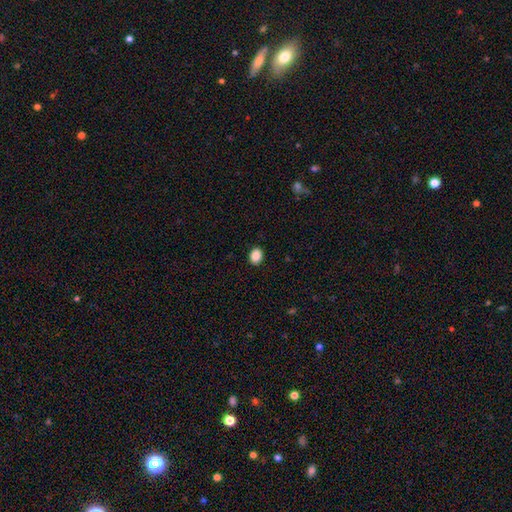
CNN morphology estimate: type=smooth (88%); roundness=in between (59%); merging=none (90%).